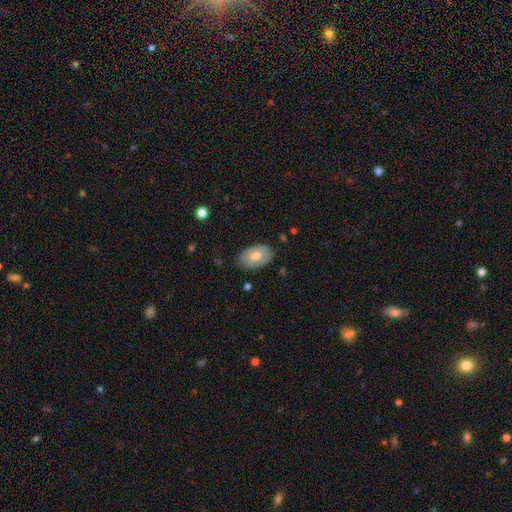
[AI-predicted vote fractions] Morphology: type=smooth (59%); roundness=in between (91%); merging=none (79%).